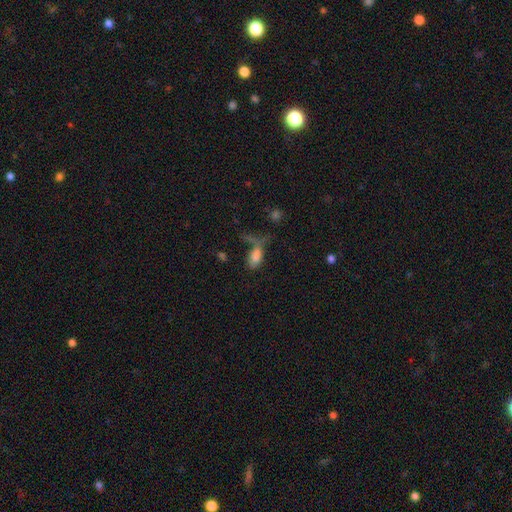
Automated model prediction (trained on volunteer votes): smooth_or_featured: smooth (p=0.74) [alt: featured or disk p=0.14]
how_rounded: in between (p=0.85) [alt: cigar-shaped p=0.10]
merging: none (p=0.31) [alt: major disturbance p=0.26]